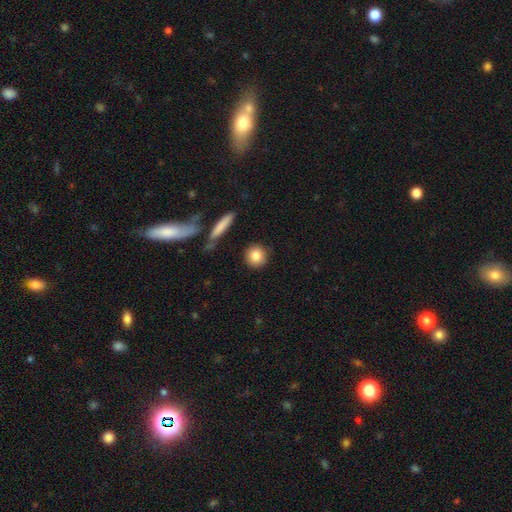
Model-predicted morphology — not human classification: smooth_or_featured: smooth (p=0.83) [alt: featured or disk p=0.09]
how_rounded: round (p=0.88) [alt: in between p=0.10]
merging: none (p=0.87) [alt: minor disturbance p=0.08]